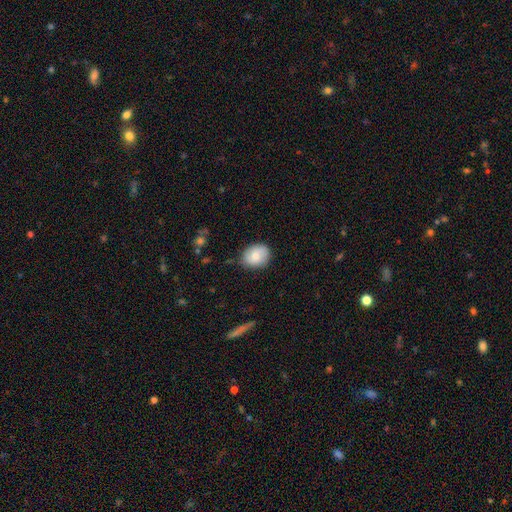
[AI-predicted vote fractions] Smooth or featured? smooth (73%)
How rounded? round (52%)
Merging? none (78%)